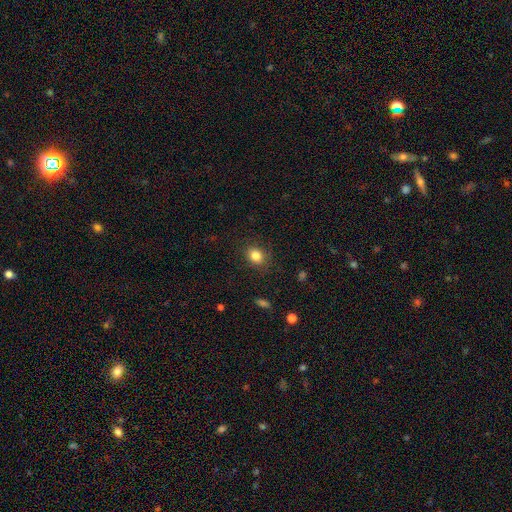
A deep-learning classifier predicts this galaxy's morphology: A smooth galaxy with no disk features (83%) that is round (55%). Merging: none (84%).